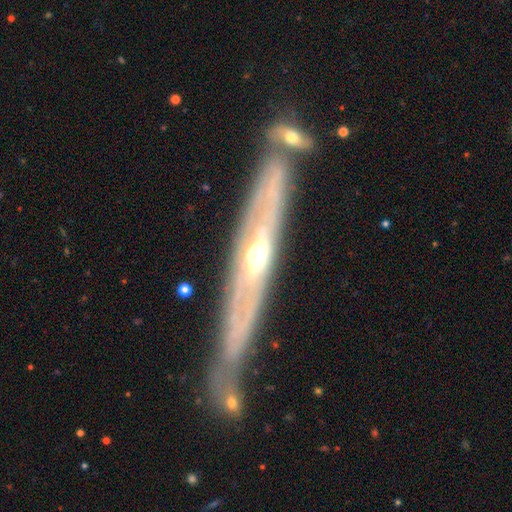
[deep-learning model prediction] Q: Smooth or featured?
A: featured or disk (77%); runner-up: smooth (17%)
Q: Edge-on disk?
A: yes (57%); runner-up: no (43%)
Q: Merging?
A: none (80%); runner-up: minor disturbance (13%)